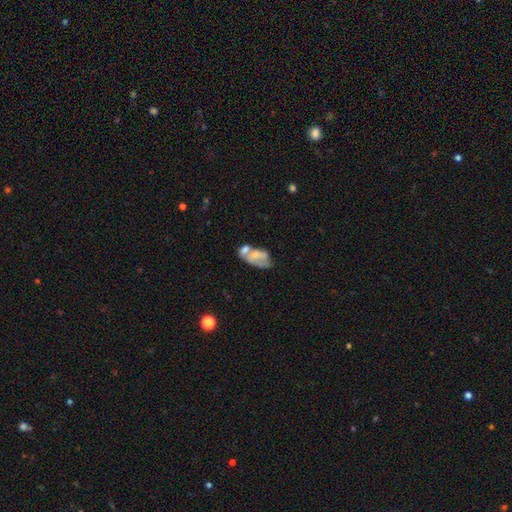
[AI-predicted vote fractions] smooth 51%, featured or disk 40%, star or artifact 9%. Down the decision tree: how rounded — in between (91%); merging — merger (44%).